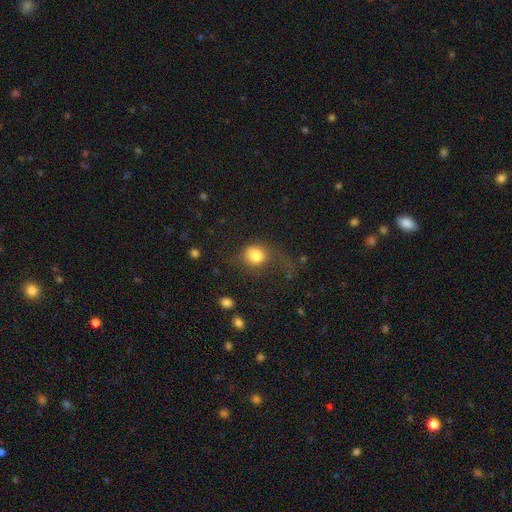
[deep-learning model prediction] Morphology: type=smooth (80%); roundness=round (68%); merging=none (42%).